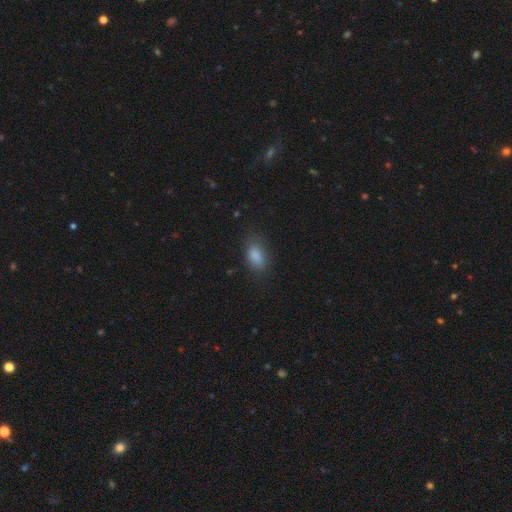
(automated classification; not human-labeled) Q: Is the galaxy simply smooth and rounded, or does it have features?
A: smooth — 84%.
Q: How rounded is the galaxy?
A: in between — 88%.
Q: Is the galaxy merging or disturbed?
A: none — 71%.